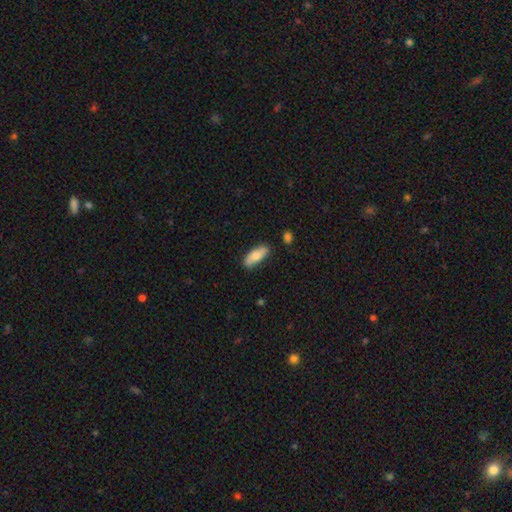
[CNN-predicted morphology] Smooth or featured? Predicted: smooth (p=0.72). How rounded? Predicted: in between (p=0.76). Merging? Predicted: none (p=0.81).